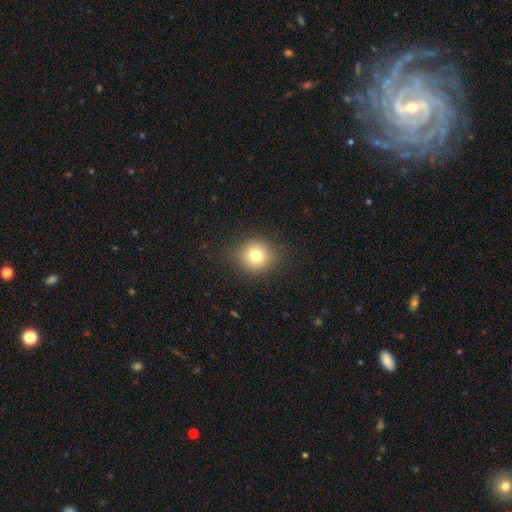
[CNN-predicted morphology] This appears to be a smooth galaxy with no disk features (78%) that is round (87%). Merging: none (87%).